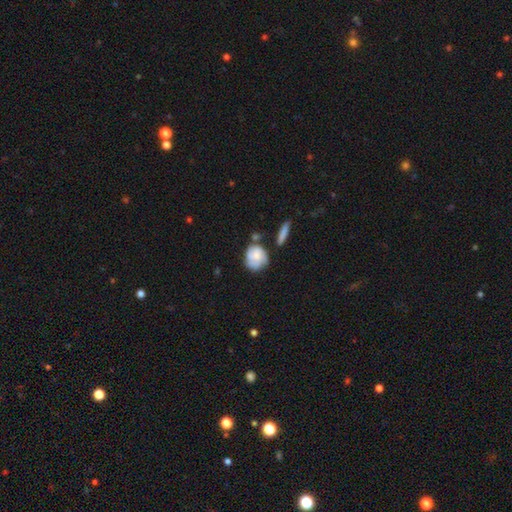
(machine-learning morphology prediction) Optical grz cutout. It shows a smooth galaxy with no disk features (52%) that is round (66%). Merging: none (50%).